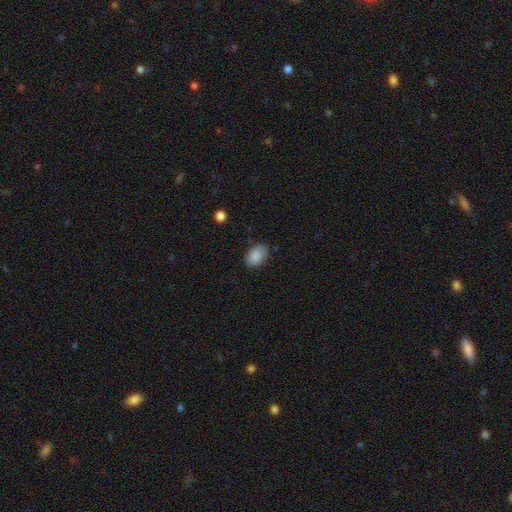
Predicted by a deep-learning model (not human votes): smooth 88%, star or artifact 8%, featured or disk 4%. Down the decision tree: how rounded — in between (80%); merging — none (79%).